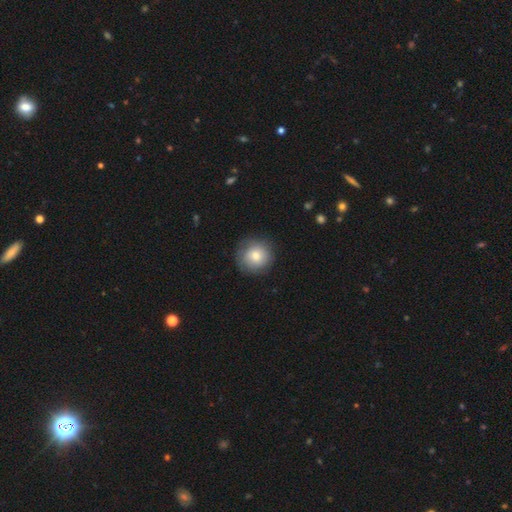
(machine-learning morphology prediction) Smooth or featured? Predicted: smooth (p=0.77). How rounded? Predicted: round (p=0.94). Merging? Predicted: none (p=0.84).